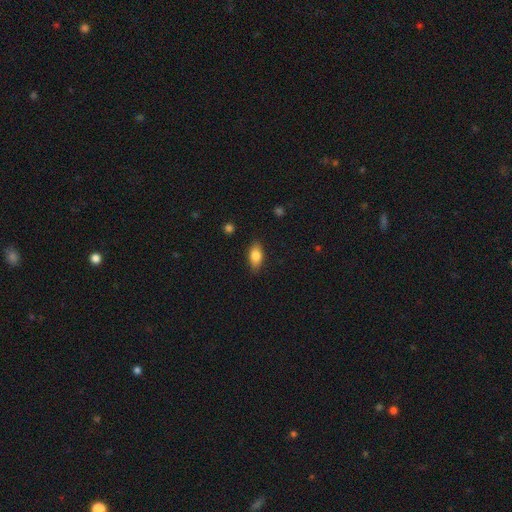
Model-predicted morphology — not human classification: Smooth or featured: smooth — 81% (featured or disk — 12%)
How rounded: in between — 86% (cigar-shaped — 9%)
Merging: none — 85% (minor disturbance — 12%)